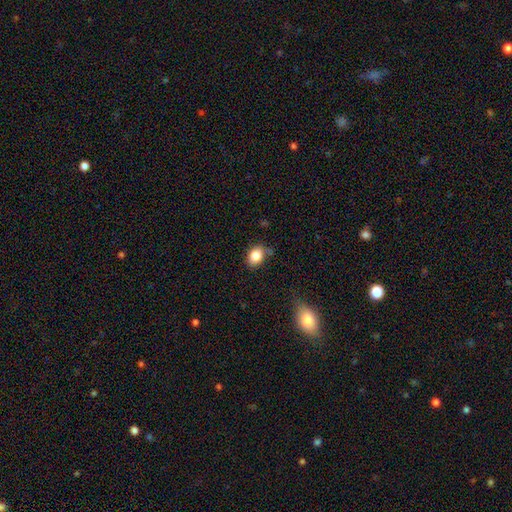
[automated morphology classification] Smooth or featured: smooth — 84% (star or artifact — 9%)
How rounded: in between — 56% (round — 43%)
Merging: none — 64% (minor disturbance — 25%)